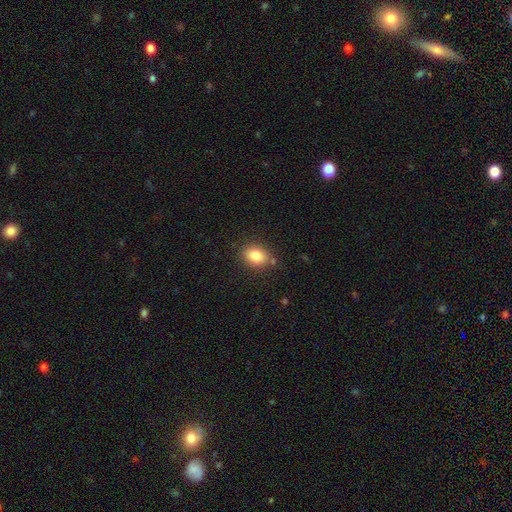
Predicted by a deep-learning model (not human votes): A smooth galaxy with no disk features (84%) that is in between round and cigar-shaped (66%).

Vote fractions:
- Smooth or featured? smooth: 84% / star or artifact: 9% / featured or disk: 7%
- How rounded? in between: 66% / round: 33% / cigar-shaped: 1%
- Merging? none: 80% / minor disturbance: 13% / merger: 4% / major disturbance: 3%